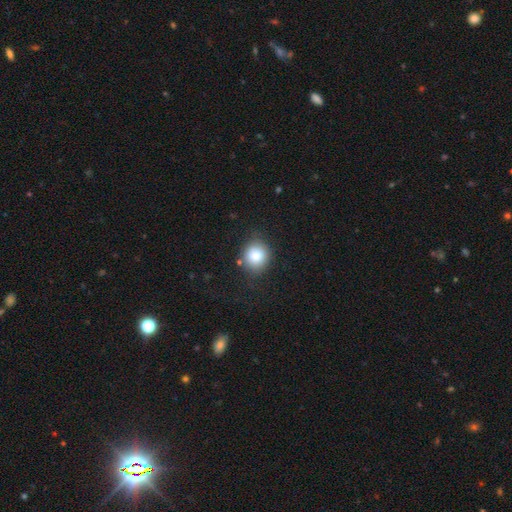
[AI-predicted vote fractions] This appears to be a smooth galaxy with no disk features (85%) that is round (77%). Merging: none (79%).